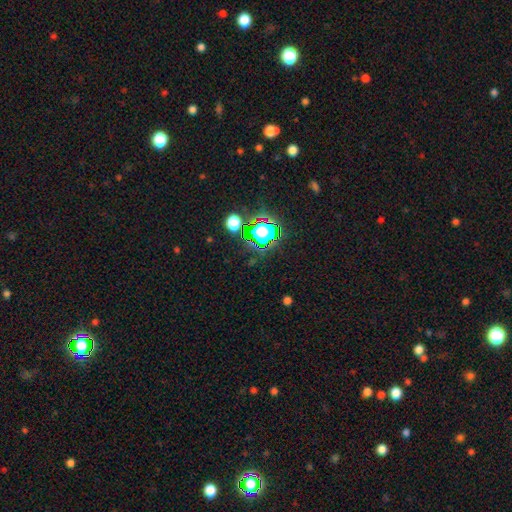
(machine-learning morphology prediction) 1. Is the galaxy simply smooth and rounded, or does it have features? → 76% star or artifact, 15% smooth, 9% featured or disk.